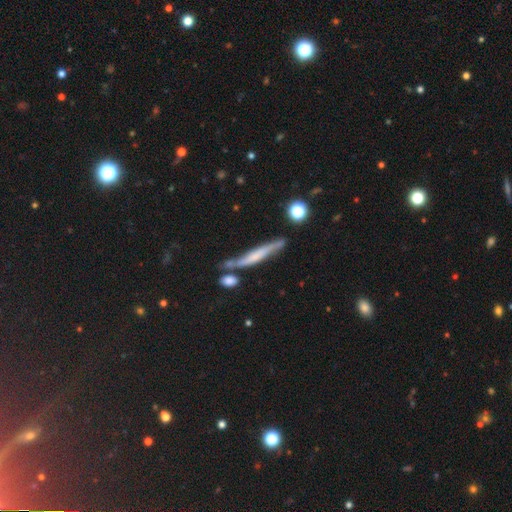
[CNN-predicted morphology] A featured or disk galaxy (54%) viewed edge-on (87%). Merging: none (58%).